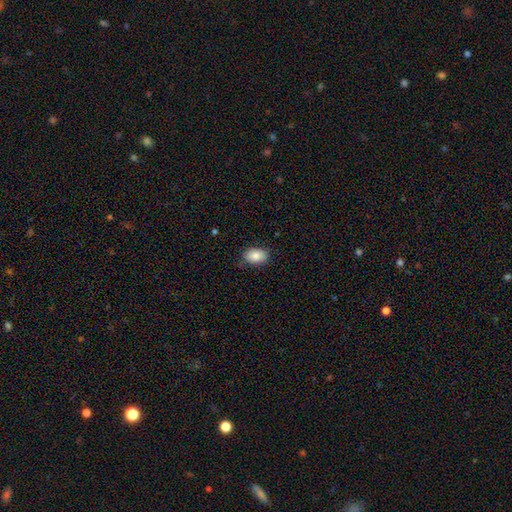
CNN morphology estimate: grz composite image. It shows a smooth galaxy with no disk features (86%) that is in between round and cigar-shaped (87%). Merging: none (83%).